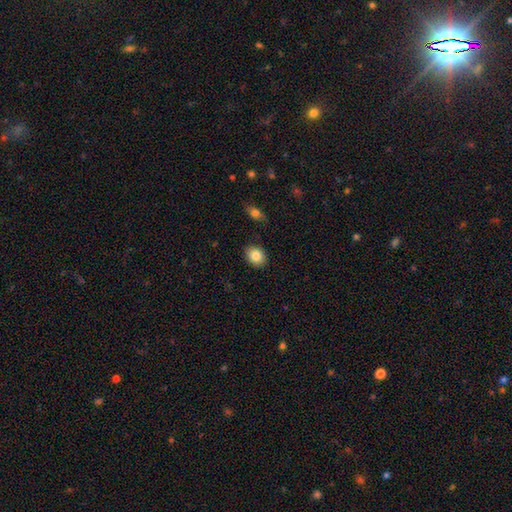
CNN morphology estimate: The model was most divided on "how rounded": in between: 52%, round: 47%, cigar-shaped: 1%. More confident: merging — none (88%); smooth or featured — smooth (85%).